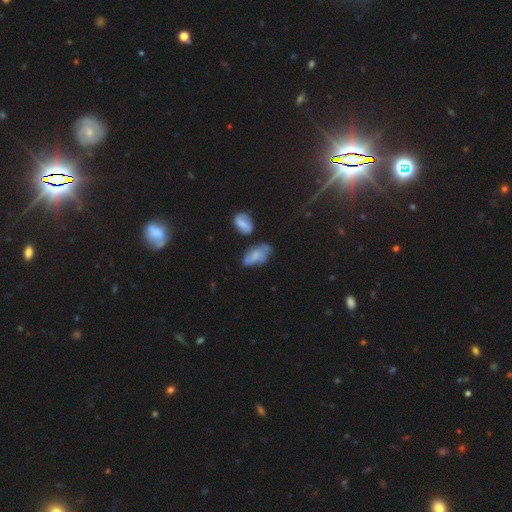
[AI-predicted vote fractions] A smooth galaxy with no disk features (48%).

Vote fractions:
- Smooth or featured? smooth: 48% / featured or disk: 42% / star or artifact: 10%
- Merging? none: 42% / minor disturbance: 29% / merger: 15% / major disturbance: 14%